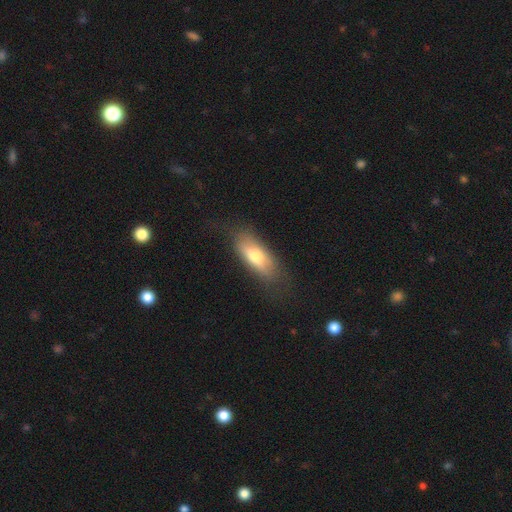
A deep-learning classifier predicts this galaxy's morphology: Smooth or featured? Predicted: smooth (p=0.69). How rounded? Predicted: in between (p=0.78). Merging? Predicted: none (p=0.69).